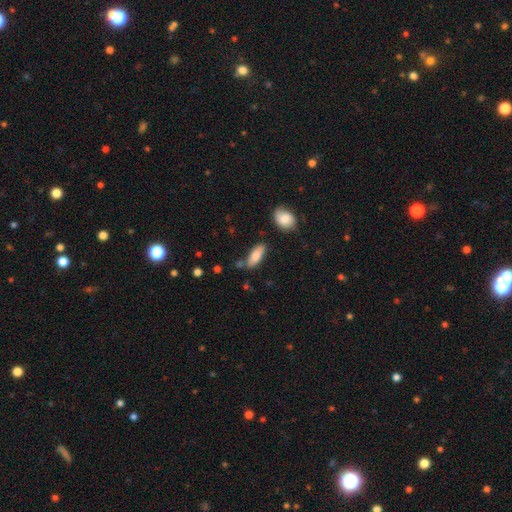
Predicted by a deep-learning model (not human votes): Smooth or featured: smooth — 83% (featured or disk — 11%)
How rounded: in between — 74% (cigar-shaped — 23%)
Merging: none — 73% (minor disturbance — 17%)